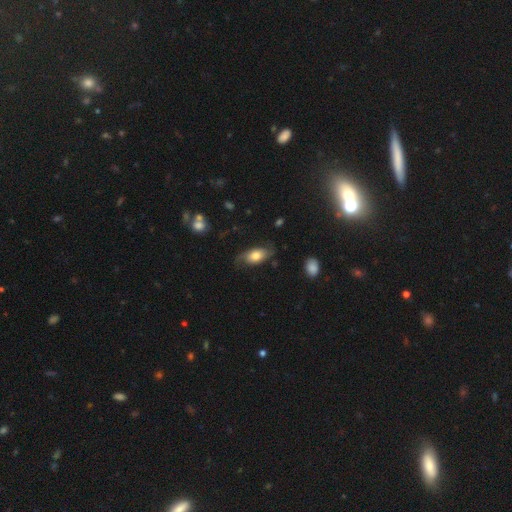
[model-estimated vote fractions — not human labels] The model was most divided on "smooth or featured": smooth: 59%, featured or disk: 34%, star or artifact: 7%. More confident: how rounded — in between (89%); merging — none (62%).